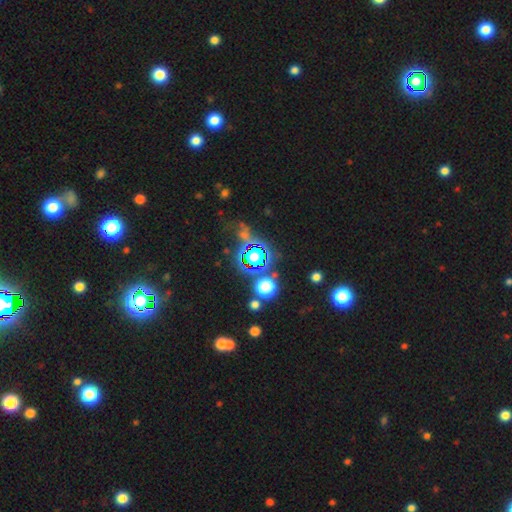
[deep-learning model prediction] Morphology: type=star or artifact (77%).